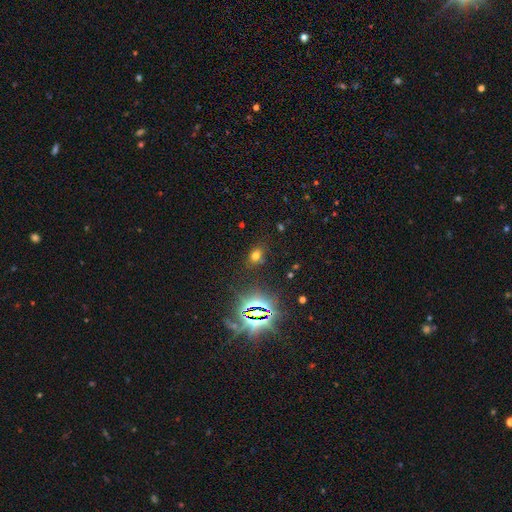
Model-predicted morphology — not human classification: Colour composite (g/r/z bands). It shows a smooth galaxy with no disk features (60%) that is in between round and cigar-shaped (67%). Merging: none (81%).